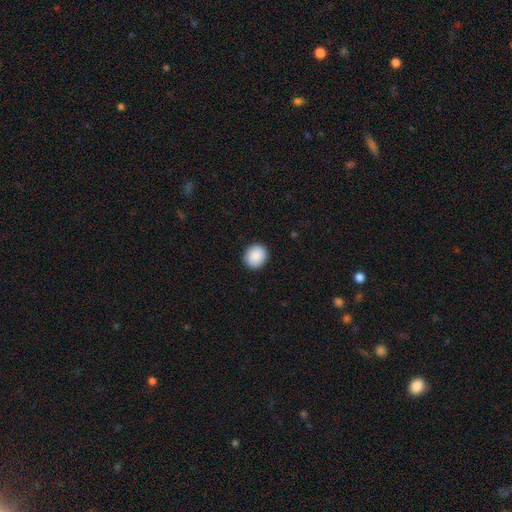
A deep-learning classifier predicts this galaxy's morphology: Q: Smooth or featured?
A: smooth (90%); runner-up: star or artifact (7%)
Q: How rounded?
A: round (74%); runner-up: in between (25%)
Q: Merging?
A: none (91%); runner-up: minor disturbance (6%)